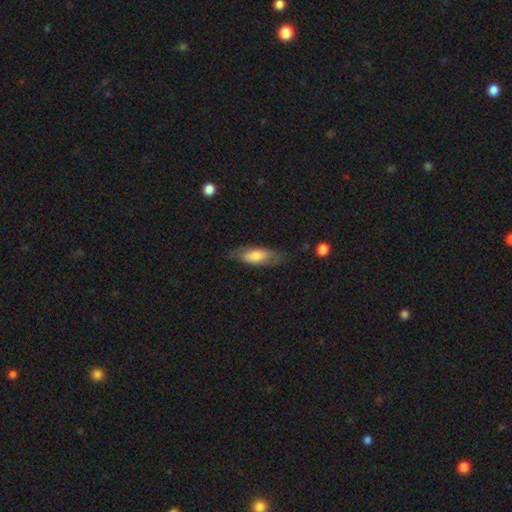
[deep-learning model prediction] Q: Smooth or featured?
A: smooth (68%); runner-up: featured or disk (26%)
Q: How rounded?
A: in between (63%); runner-up: cigar-shaped (35%)
Q: Merging?
A: none (76%); runner-up: minor disturbance (18%)